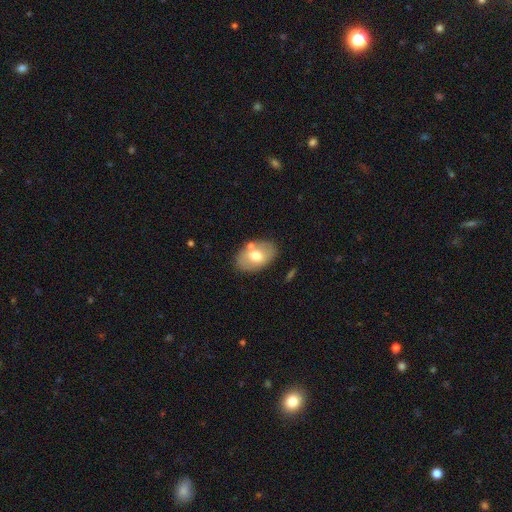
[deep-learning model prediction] smooth_or_featured: smooth (p=0.66) [alt: featured or disk p=0.27]
how_rounded: in between (p=0.86) [alt: round p=0.13]
merging: none (p=0.74) [alt: minor disturbance p=0.13]